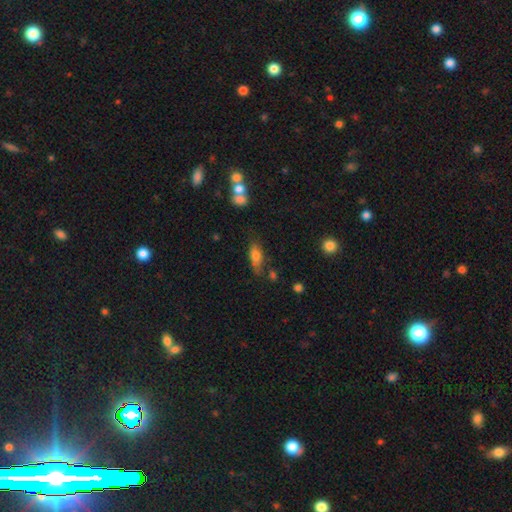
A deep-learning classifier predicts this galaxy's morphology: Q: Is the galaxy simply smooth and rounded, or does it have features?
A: smooth — 72%.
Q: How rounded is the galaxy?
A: in between — 68%.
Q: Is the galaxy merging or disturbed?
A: none — 60%.